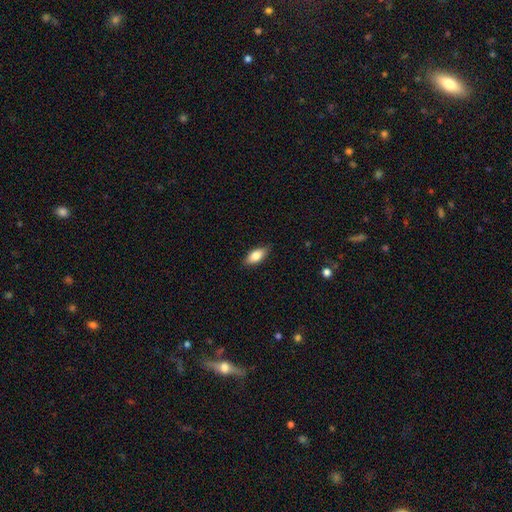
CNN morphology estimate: Smooth or featured? Predicted: smooth (p=0.80). How rounded? Predicted: in between (p=0.85). Merging? Predicted: none (p=0.84).